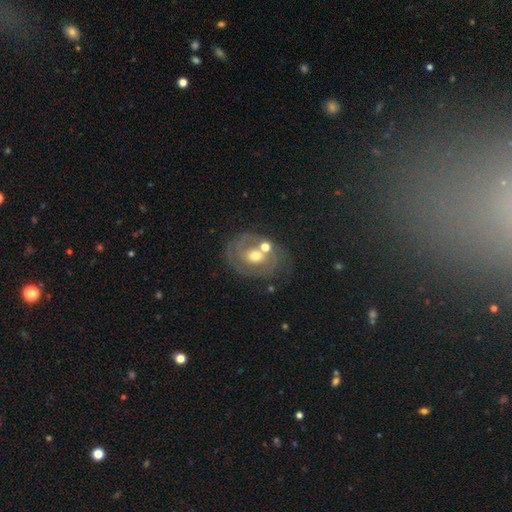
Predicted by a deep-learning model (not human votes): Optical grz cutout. It shows a featured or disk galaxy (71%) with no bar (69%), 2 (48%) tight (59%) spiral arms (73%) and a moderate central bulge (72%). Merging: none (59%).